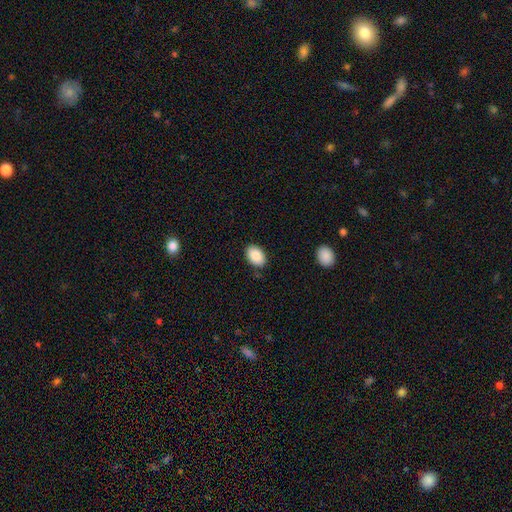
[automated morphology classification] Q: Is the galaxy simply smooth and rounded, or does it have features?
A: smooth — 88%.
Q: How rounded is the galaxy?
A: in between — 86%.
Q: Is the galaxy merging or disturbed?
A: none — 85%.